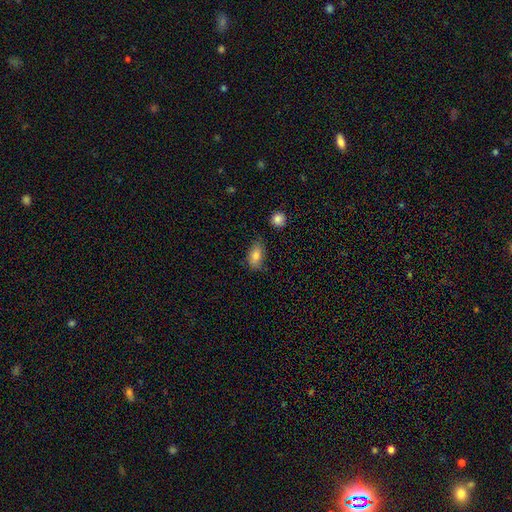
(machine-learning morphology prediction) Overall: smooth (79%). How rounded: in between (89%). Merging: none (73%).